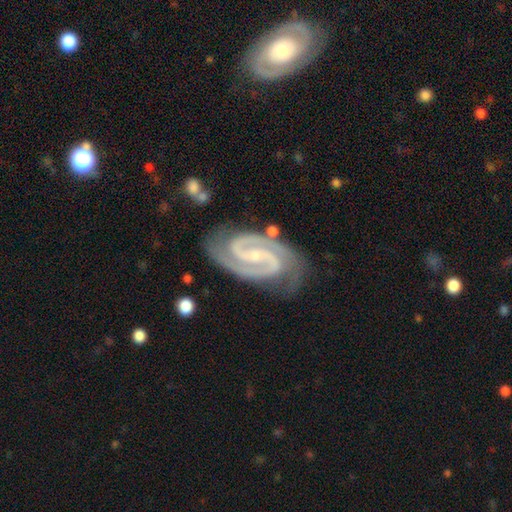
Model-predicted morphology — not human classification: featured or disk 94%, star or artifact 4%, smooth 2%. Down the decision tree: edge-on disk — no (98%); bar — weak (38%); spiral arms — yes (99%); spiral arm count — 2 (92%); spiral winding — tight (49%); bulge size — small (78%); merging — none (79%).